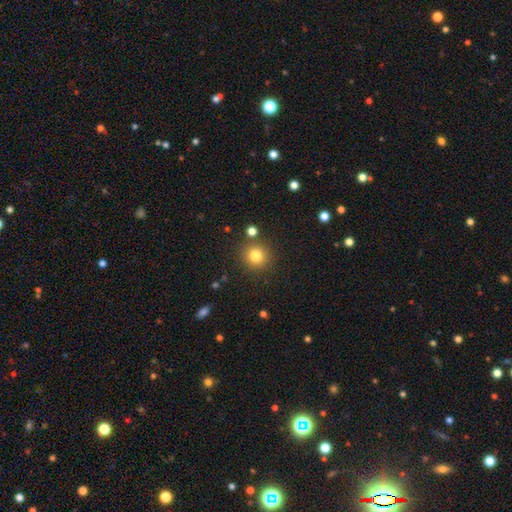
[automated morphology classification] smooth-or-featured: smooth: 81% | star or artifact: 13% | featured or disk: 6%
  how-rounded: round: 92% | in between: 7% | cigar-shaped: 1%
  merging: none: 85% | minor disturbance: 7% | merger: 5% | major disturbance: 3%